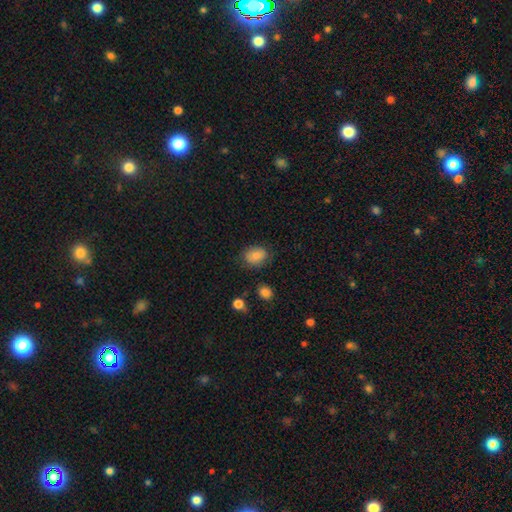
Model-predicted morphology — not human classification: Q: Smooth or featured?
A: smooth (83%); runner-up: star or artifact (9%)
Q: How rounded?
A: in between (62%); runner-up: round (37%)
Q: Merging?
A: none (77%); runner-up: minor disturbance (16%)